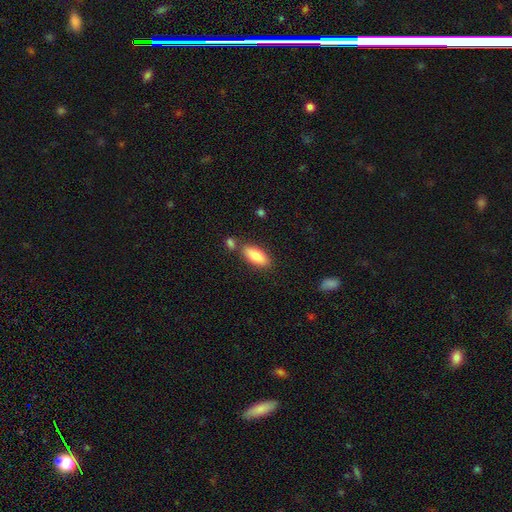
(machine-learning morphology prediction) Overall: smooth (82%). How rounded: in between (79%). Merging: none (73%).